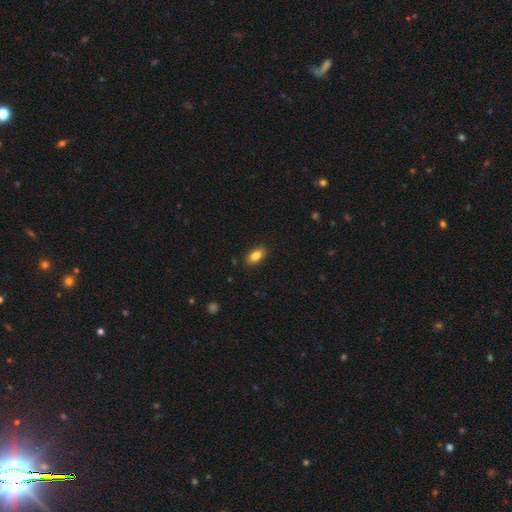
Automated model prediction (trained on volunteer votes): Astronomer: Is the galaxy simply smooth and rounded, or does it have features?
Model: smooth — 85%.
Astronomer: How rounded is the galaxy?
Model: in between — 90%.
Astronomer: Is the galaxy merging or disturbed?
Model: none — 88%.